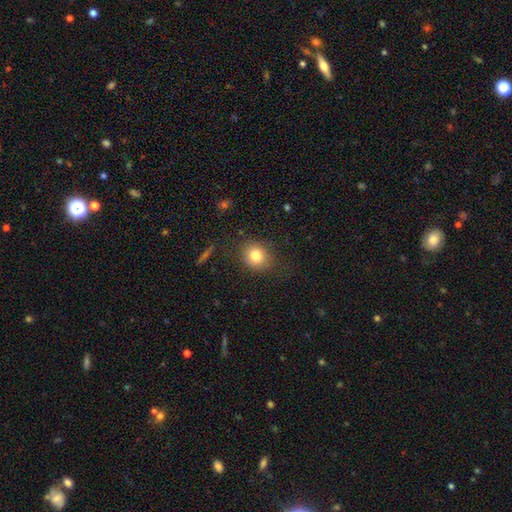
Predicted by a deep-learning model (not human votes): Smooth or featured?
  - smooth: 79% *
  - star or artifact: 11%
  - featured or disk: 10%
How rounded?
  - round: 78% *
  - in between: 21%
  - cigar-shaped: 1%
Merging?
  - none: 82% *
  - minor disturbance: 12%
  - major disturbance: 5%
  - merger: 2%